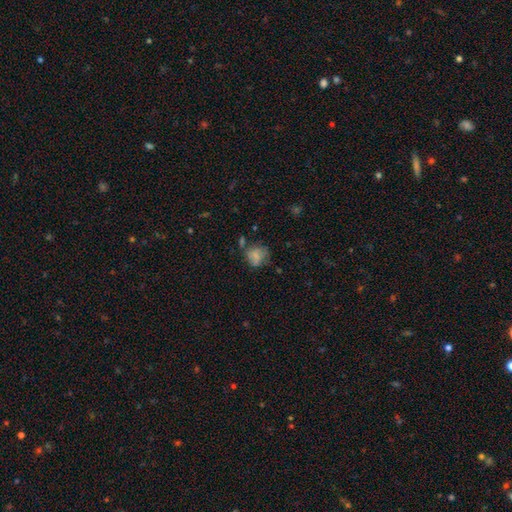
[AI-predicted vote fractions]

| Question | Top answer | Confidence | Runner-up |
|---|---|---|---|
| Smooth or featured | smooth | 67% | featured or disk (20%) |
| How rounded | round | 67% | in between (32%) |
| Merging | none | 48% | minor disturbance (27%) |